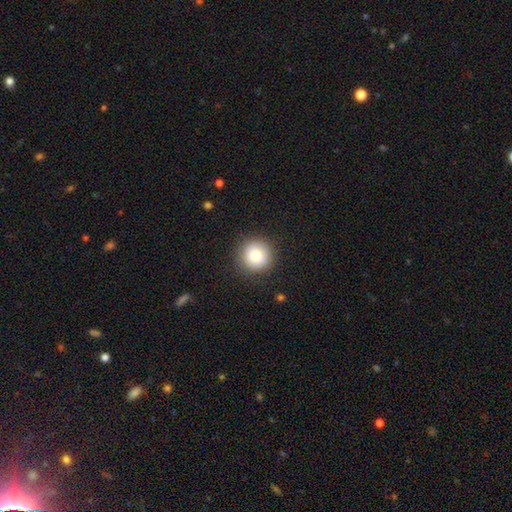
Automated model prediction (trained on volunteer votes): Smooth or featured? smooth (80%)
How rounded? round (95%)
Merging? none (89%)